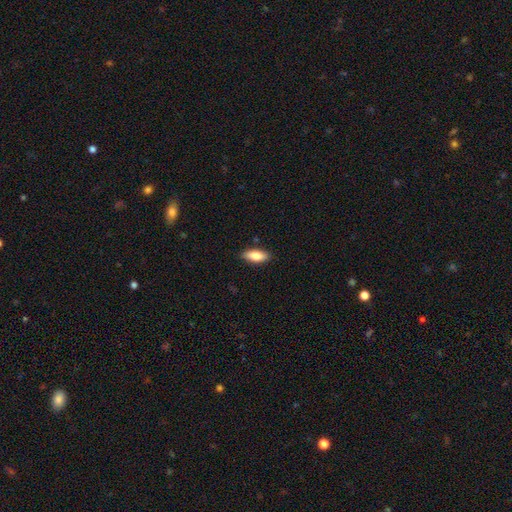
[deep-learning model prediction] Morphology: type=smooth (80%); roundness=in between (76%); merging=none (87%).